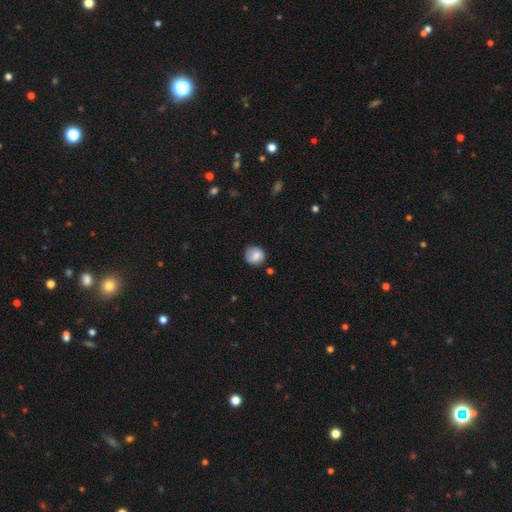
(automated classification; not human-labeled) smooth_or_featured: smooth (p=0.80) [alt: featured or disk p=0.12]
how_rounded: round (p=0.84) [alt: in between p=0.15]
merging: none (p=0.74) [alt: minor disturbance p=0.19]